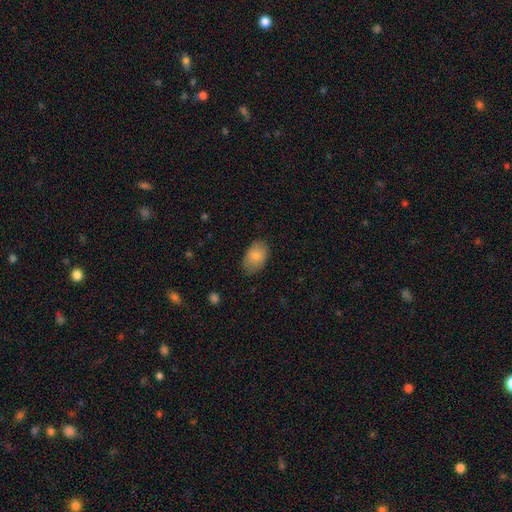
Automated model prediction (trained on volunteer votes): Smooth or featured?
  - smooth: 83% *
  - featured or disk: 10%
  - star or artifact: 7%
How rounded?
  - in between: 90% *
  - round: 9%
  - cigar-shaped: 1%
Merging?
  - none: 80% *
  - minor disturbance: 16%
  - major disturbance: 3%
  - merger: 1%